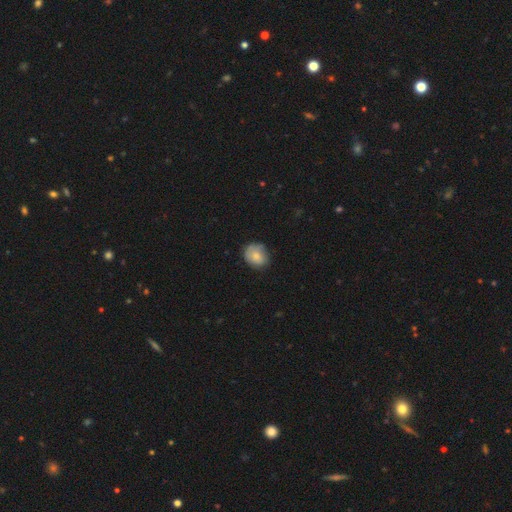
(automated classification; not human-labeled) This appears to be a smooth galaxy with no disk features (76%) that is round (65%). Merging: none (70%).